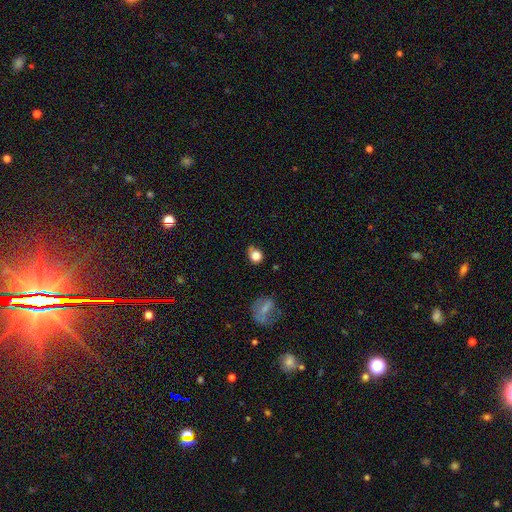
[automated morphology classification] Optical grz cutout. It shows a smooth galaxy with no disk features (80%) that is round (69%). Merging: none (50%).